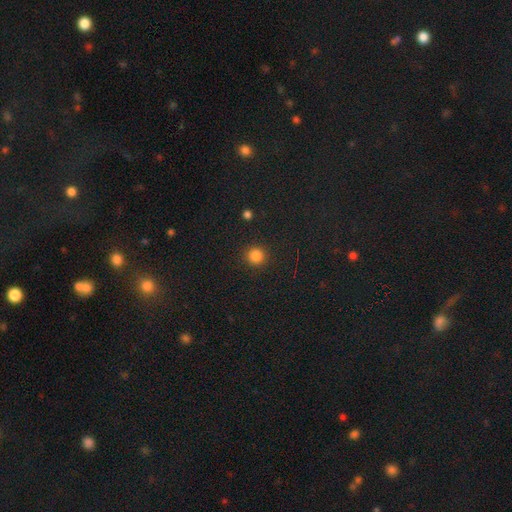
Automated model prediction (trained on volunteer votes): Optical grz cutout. It shows a smooth galaxy with no disk features (83%) that is round (94%). Merging: none (91%).